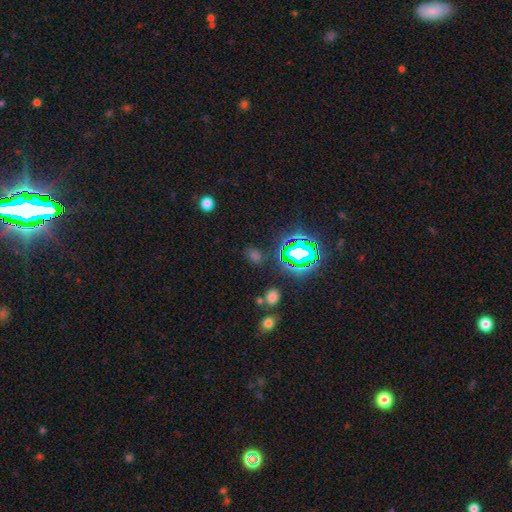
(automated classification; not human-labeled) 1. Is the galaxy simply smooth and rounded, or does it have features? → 58% star or artifact, 34% smooth, 8% featured or disk.